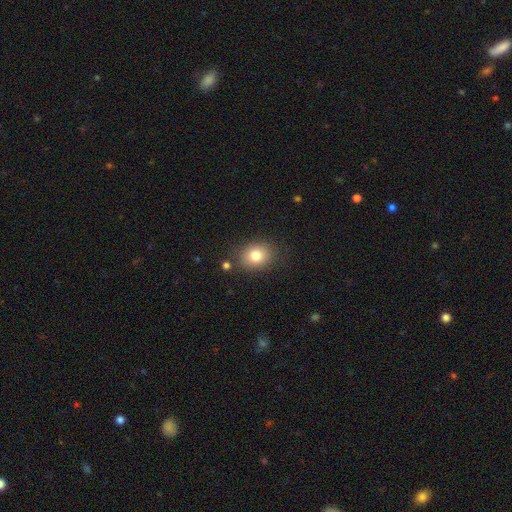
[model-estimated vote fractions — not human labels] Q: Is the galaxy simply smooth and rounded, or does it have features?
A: smooth — 80%.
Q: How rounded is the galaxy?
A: round — 53%.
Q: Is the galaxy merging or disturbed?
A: none — 82%.